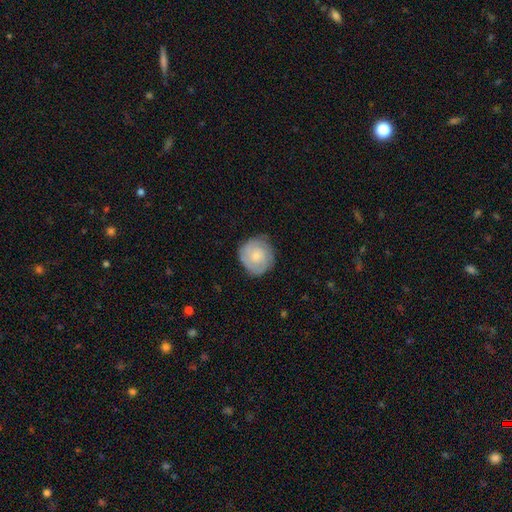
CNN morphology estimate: This appears to be a featured or disk galaxy (49%). Merging: none (78%).